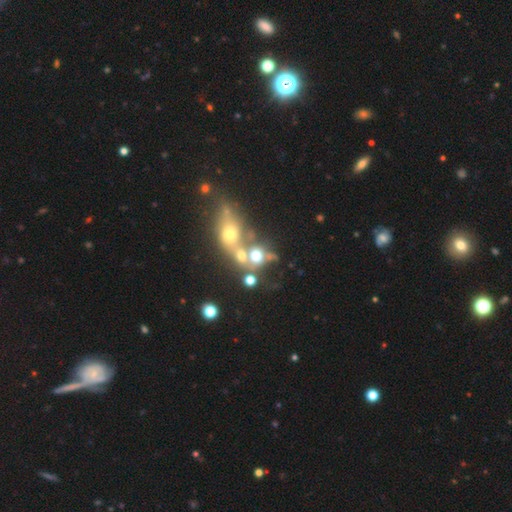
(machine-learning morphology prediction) This is possibly a smooth galaxy (55%). How rounded: likely round (65%). Merging: possibly merger (59%).